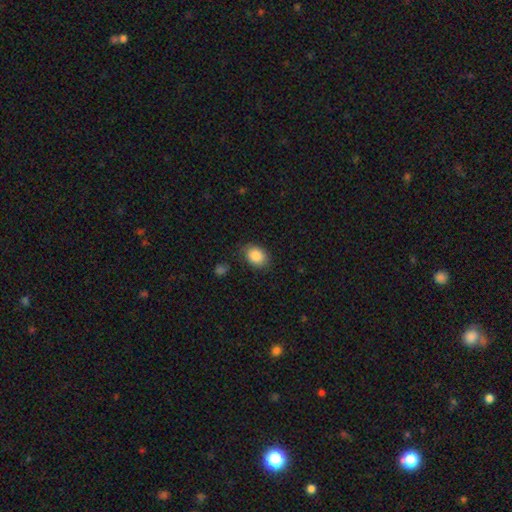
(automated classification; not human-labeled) This is clearly a smooth galaxy (87%). How rounded: likely in between (63%). Merging: likely none (79%).